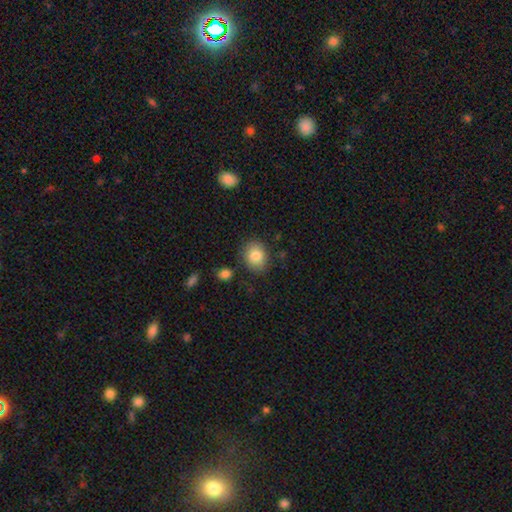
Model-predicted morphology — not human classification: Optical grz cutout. It shows a smooth galaxy with no disk features (83%) that is round (56%). Merging: none (82%).